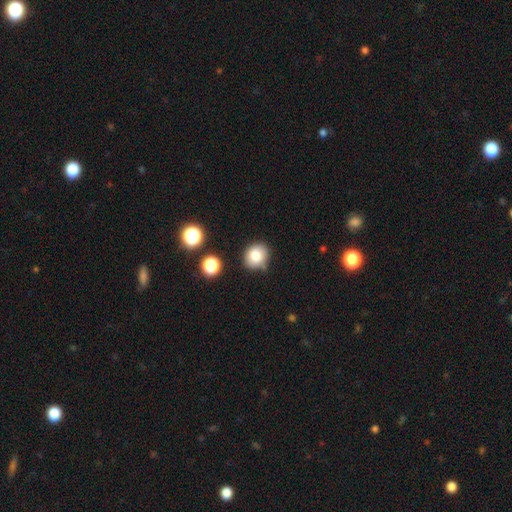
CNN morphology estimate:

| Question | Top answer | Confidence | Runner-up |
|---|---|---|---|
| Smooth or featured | smooth | 81% | star or artifact (11%) |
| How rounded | round | 71% | in between (28%) |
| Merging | none | 75% | minor disturbance (17%) |